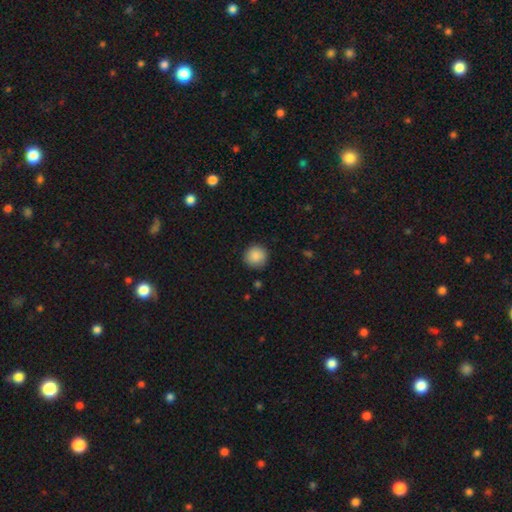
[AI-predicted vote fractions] Smooth or featured: smooth — 88% (star or artifact — 8%)
How rounded: round — 95% (in between — 5%)
Merging: none — 90% (minor disturbance — 7%)